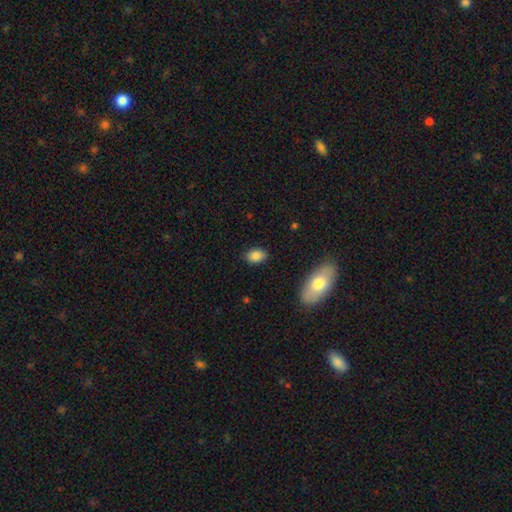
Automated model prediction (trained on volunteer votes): The model was most divided on "how rounded": in between: 82%, round: 17%, cigar-shaped: 1%. More confident: smooth or featured — smooth (86%); merging — none (85%).